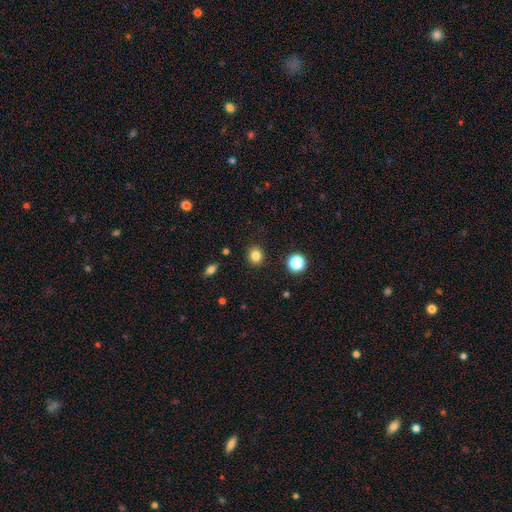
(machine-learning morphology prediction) This appears to be a smooth galaxy with no disk features (82%) that is round (85%). Merging: none (90%).